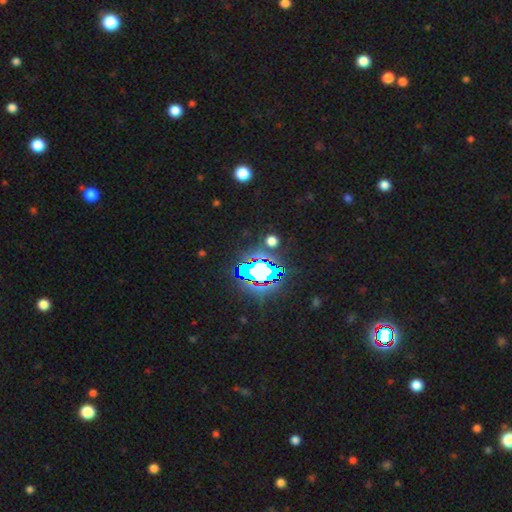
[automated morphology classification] Smooth or featured? star or artifact (81%)